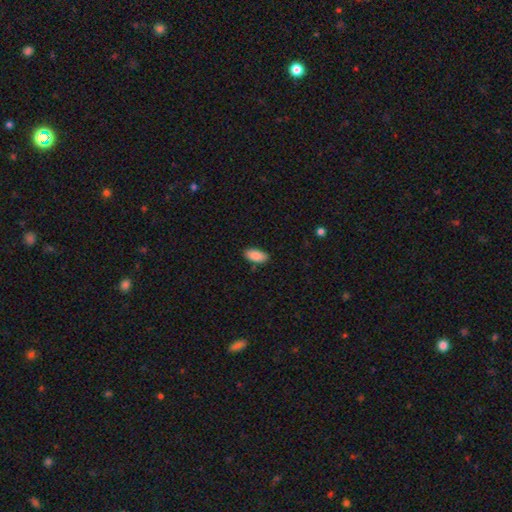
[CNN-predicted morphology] Overall: smooth (88%). How rounded: in between (92%). Merging: none (86%).